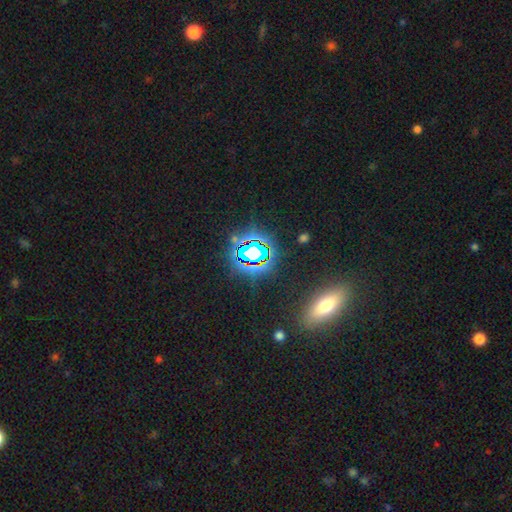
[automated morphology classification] Overall: star or artifact (76%).